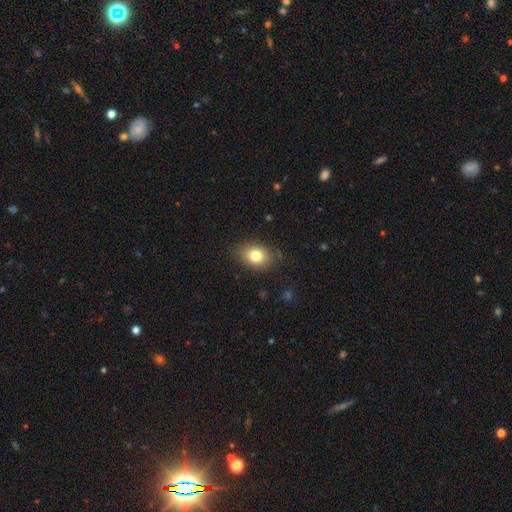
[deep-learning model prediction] Smooth or featured: smooth — 80% (featured or disk — 10%)
How rounded: in between — 66% (round — 33%)
Merging: none — 82% (minor disturbance — 13%)